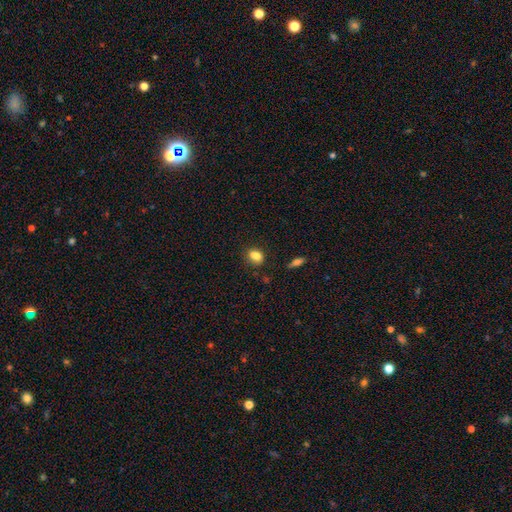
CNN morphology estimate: This is clearly a smooth galaxy (80%). How rounded: likely in between (65%). Merging: likely none (63%).